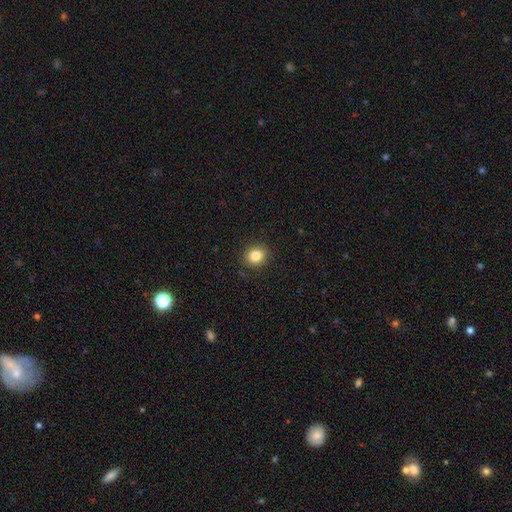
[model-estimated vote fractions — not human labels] Smooth or featured? Predicted: smooth (p=0.83). How rounded? Predicted: round (p=0.80). Merging? Predicted: none (p=0.91).